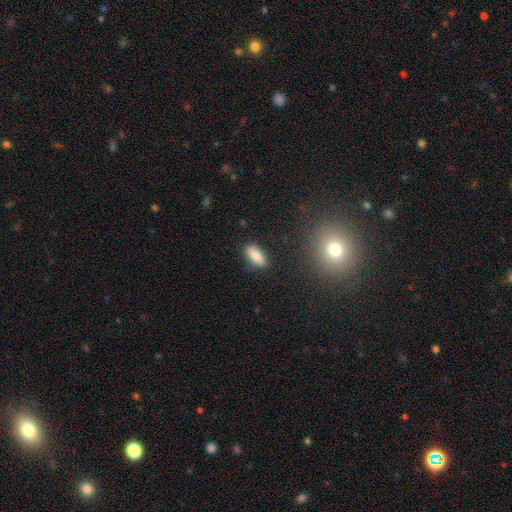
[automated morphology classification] type=smooth (86%); roundness=in between (84%); merging=none (85%).